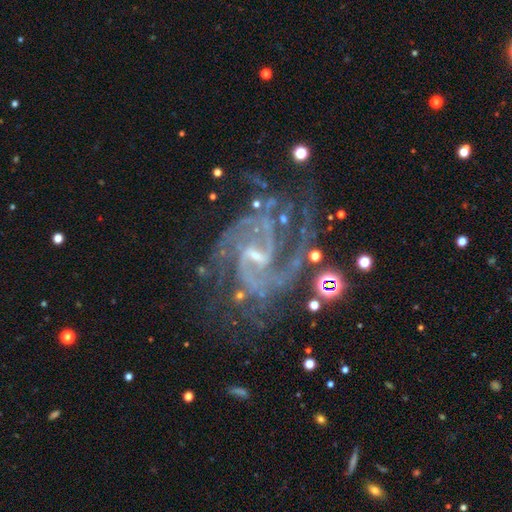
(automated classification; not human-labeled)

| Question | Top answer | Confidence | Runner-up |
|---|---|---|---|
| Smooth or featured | featured or disk | 88% | star or artifact (8%) |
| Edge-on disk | no | 98% | yes (2%) |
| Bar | weak | 53% | no (26%) |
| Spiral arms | yes | 97% | no (3%) |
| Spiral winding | medium | 47% | tight (41%) |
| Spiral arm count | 2 | 42% | can't tell (18%) |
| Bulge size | small | 65% | moderate (23%) |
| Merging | none | 62% | minor disturbance (18%) |